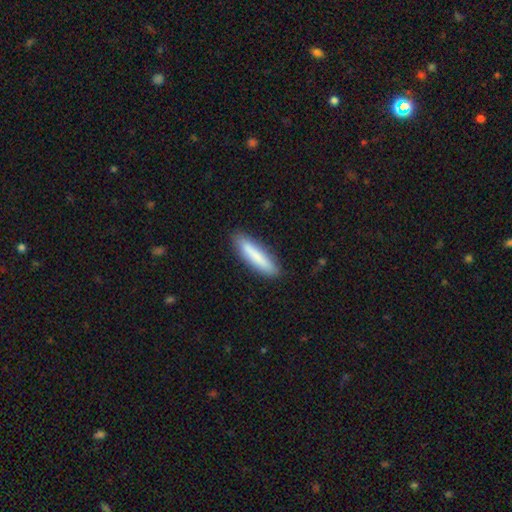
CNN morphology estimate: Smooth or featured?
  - smooth: 81% *
  - featured or disk: 14%
  - star or artifact: 6%
How rounded?
  - cigar-shaped: 84% *
  - in between: 15%
  - round: 1%
Merging?
  - none: 87% *
  - minor disturbance: 9%
  - major disturbance: 2%
  - merger: 1%